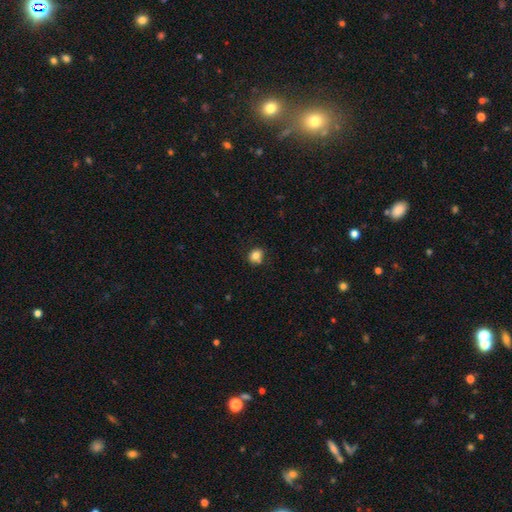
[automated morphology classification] Smooth or featured: smooth — 82% (star or artifact — 11%)
How rounded: round — 66% (in between — 33%)
Merging: none — 73% (minor disturbance — 16%)